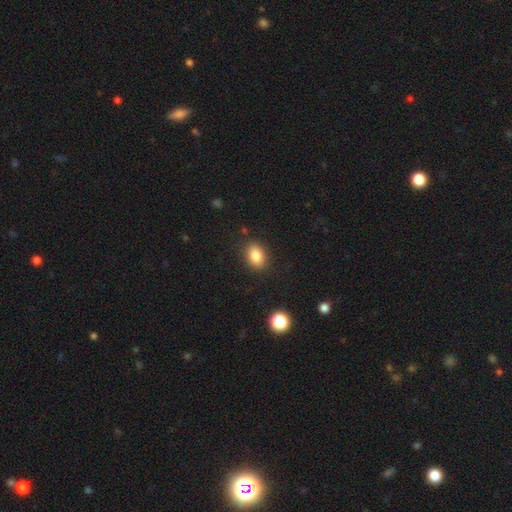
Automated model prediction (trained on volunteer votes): smooth 84%, star or artifact 9%, featured or disk 6%. Down the decision tree: how rounded — in between (76%); merging — none (87%).